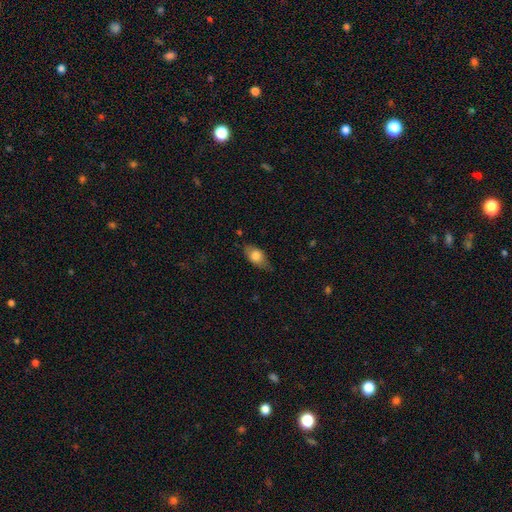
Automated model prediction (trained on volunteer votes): Smooth or featured? smooth (75%)
How rounded? in between (87%)
Merging? none (68%)